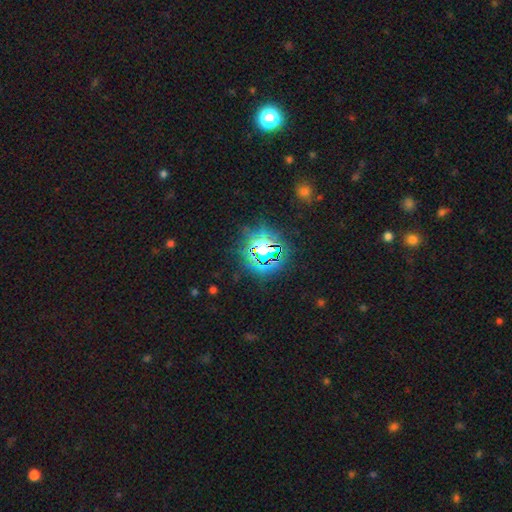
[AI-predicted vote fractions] The model was most divided on "smooth or featured": star or artifact: 76%, smooth: 14%, featured or disk: 10%.